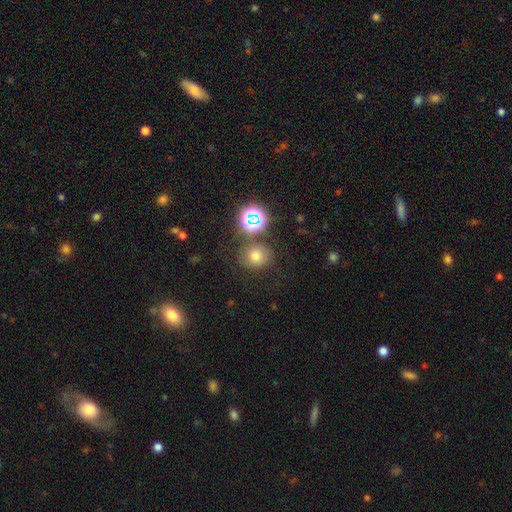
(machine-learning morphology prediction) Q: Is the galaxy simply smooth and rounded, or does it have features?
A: smooth — 67%.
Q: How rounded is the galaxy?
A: round — 76%.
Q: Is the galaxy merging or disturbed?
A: none — 72%.